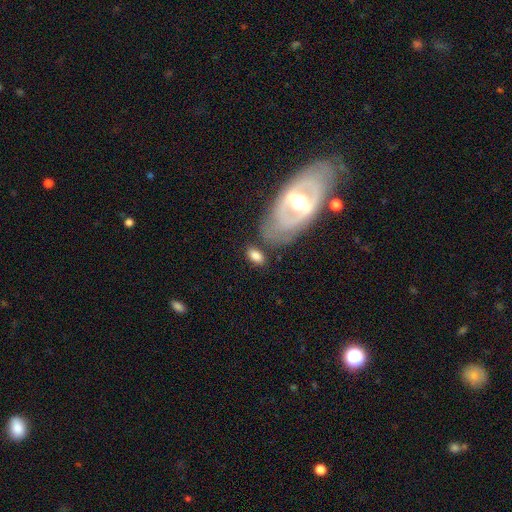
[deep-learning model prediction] Q: Smooth or featured?
A: smooth (76%); runner-up: featured or disk (17%)
Q: How rounded?
A: in between (91%); runner-up: round (5%)
Q: Merging?
A: none (65%); runner-up: minor disturbance (16%)